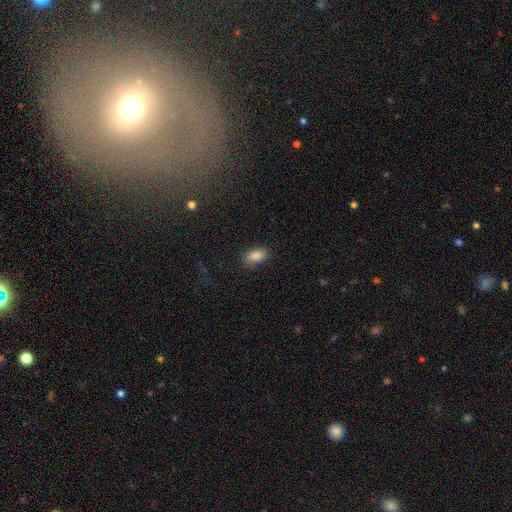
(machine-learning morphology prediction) Smooth or featured?
  - smooth: 87% *
  - star or artifact: 9%
  - featured or disk: 4%
How rounded?
  - in between: 92% *
  - round: 5%
  - cigar-shaped: 3%
Merging?
  - none: 83% *
  - minor disturbance: 12%
  - major disturbance: 3%
  - merger: 1%